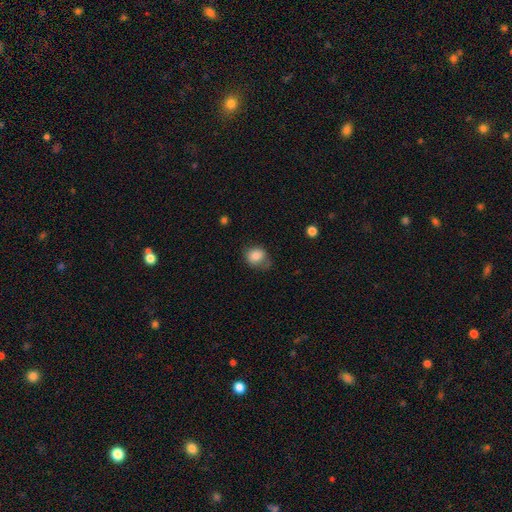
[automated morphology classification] Smooth or featured?
  - smooth: 83% *
  - star or artifact: 9%
  - featured or disk: 8%
How rounded?
  - round: 67% *
  - in between: 33%
  - cigar-shaped: 1%
Merging?
  - none: 59% *
  - minor disturbance: 28%
  - major disturbance: 10%
  - merger: 2%